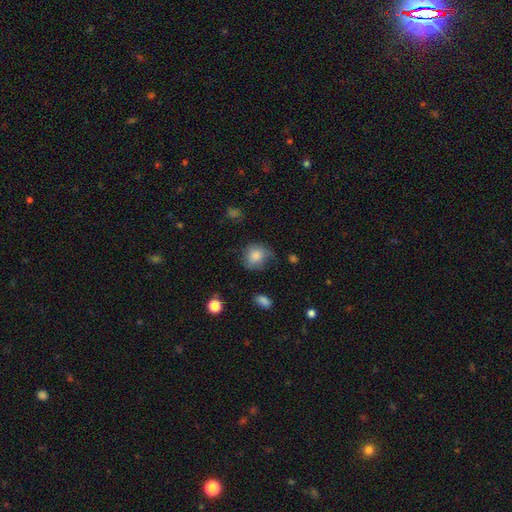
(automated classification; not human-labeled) smooth 80%, featured or disk 12%, star or artifact 8%. Down the decision tree: how rounded — round (75%); merging — none (55%).